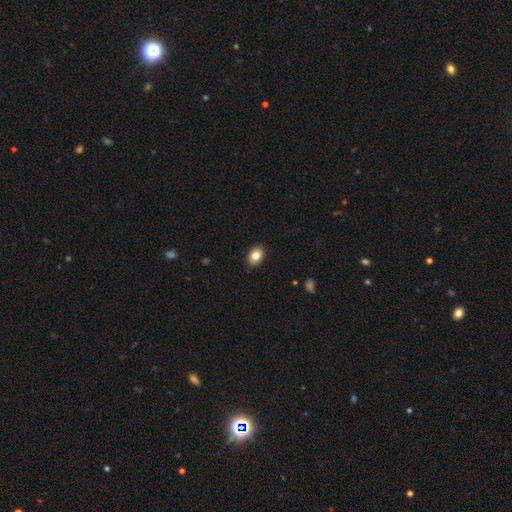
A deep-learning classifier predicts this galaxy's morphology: This is clearly a smooth galaxy (83%). How rounded: likely in between (78%). Merging: clearly none (88%).